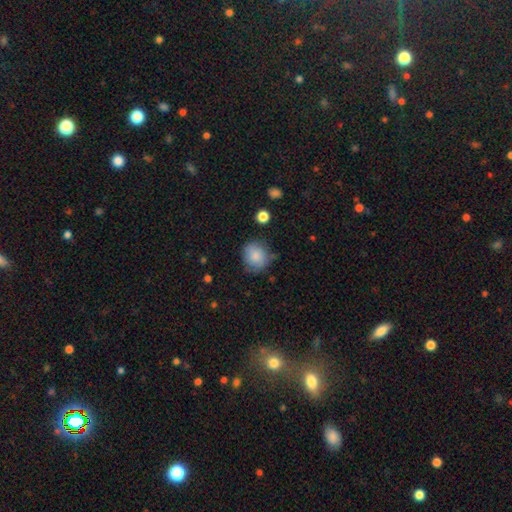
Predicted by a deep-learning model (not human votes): Morphology: type=smooth (84%); roundness=round (78%); merging=none (69%).